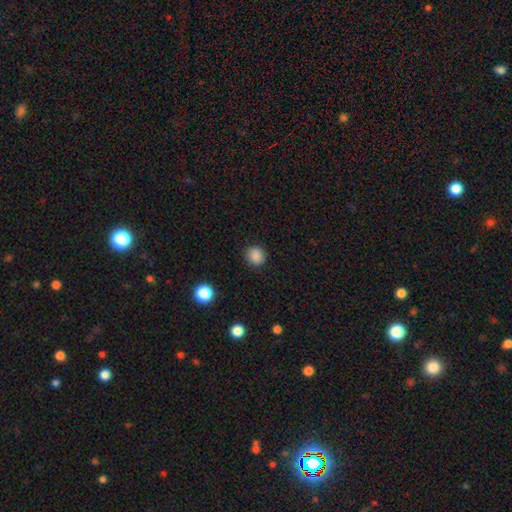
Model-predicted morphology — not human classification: type=smooth (87%); roundness=round (88%); merging=none (89%).